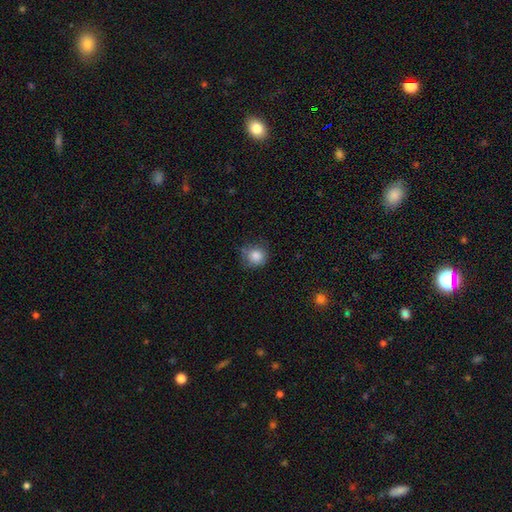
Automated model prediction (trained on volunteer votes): Smooth or featured: smooth — 85% (star or artifact — 10%)
How rounded: round — 87% (in between — 12%)
Merging: none — 69% (minor disturbance — 24%)